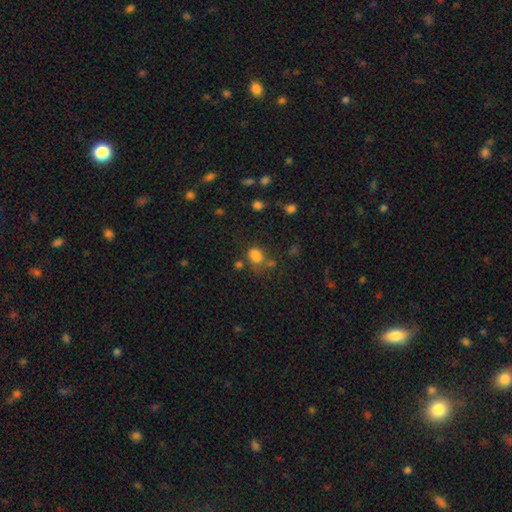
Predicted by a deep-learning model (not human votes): A smooth galaxy with no disk features (72%) that is in between round and cigar-shaped (60%). Merging: none (39%).